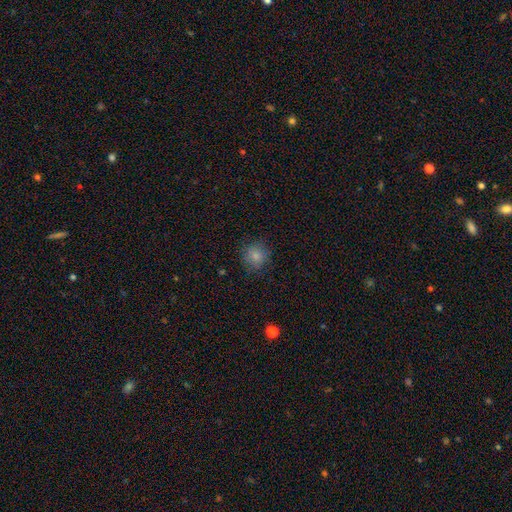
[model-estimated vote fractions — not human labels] A smooth galaxy with no disk features (83%) that is round (90%). Merging: none (86%).